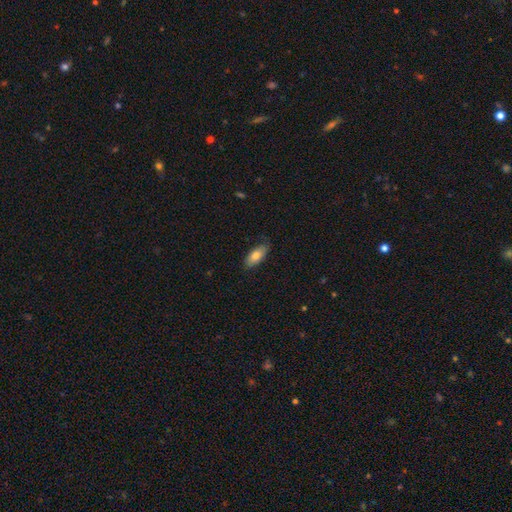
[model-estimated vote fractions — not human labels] This is likely a smooth galaxy (76%). How rounded: clearly in between (83%). Merging: likely none (75%).